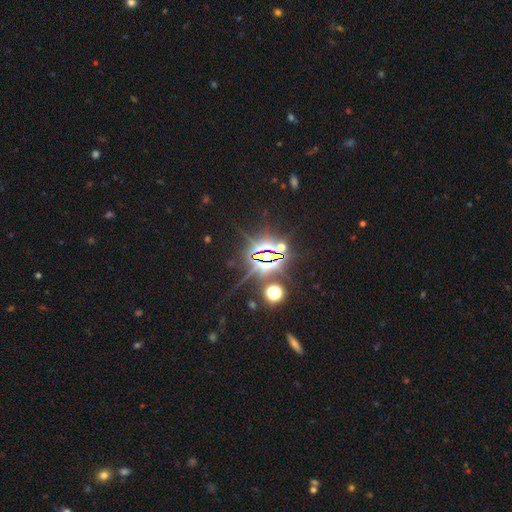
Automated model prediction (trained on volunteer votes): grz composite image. It shows a star or artifact, not a galaxy (85%).